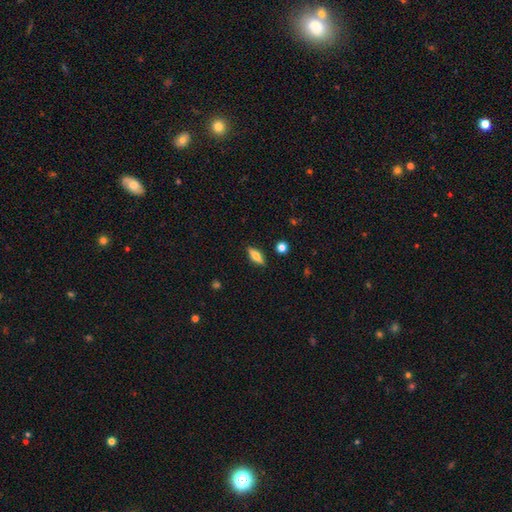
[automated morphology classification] type=smooth (54%); roundness=cigar-shaped (48%, tied with in between); merging=none (87%).